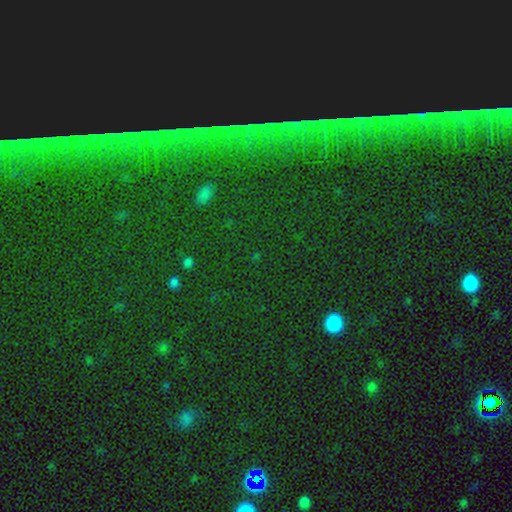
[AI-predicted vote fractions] This appears to be a star or artifact, not a galaxy (82%).